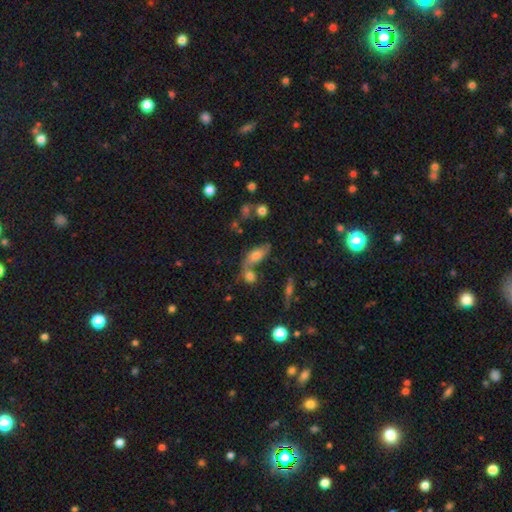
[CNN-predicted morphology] smooth-or-featured: smooth: 48% | featured or disk: 39% | star or artifact: 13%
  merging: merger: 39% | none: 35% | minor disturbance: 15% | major disturbance: 11%